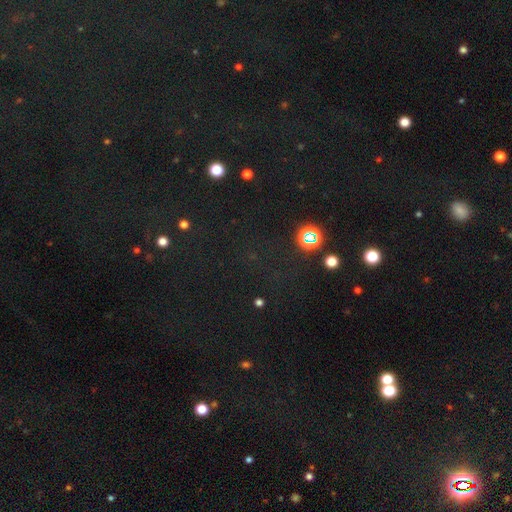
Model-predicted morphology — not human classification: star or artifact 64%, smooth 28%, featured or disk 8%.